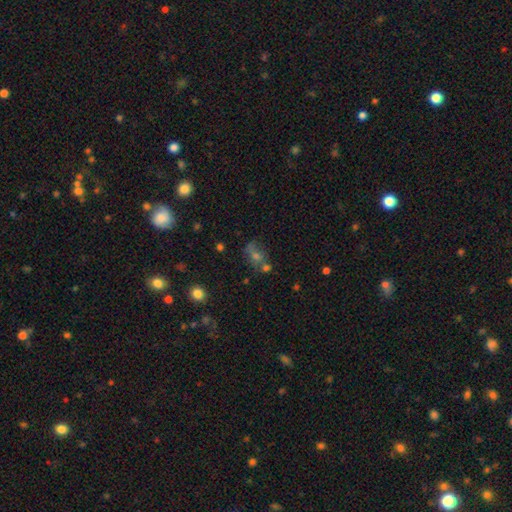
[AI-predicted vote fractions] A smooth galaxy with no disk features (45%). Merging: none (52%).